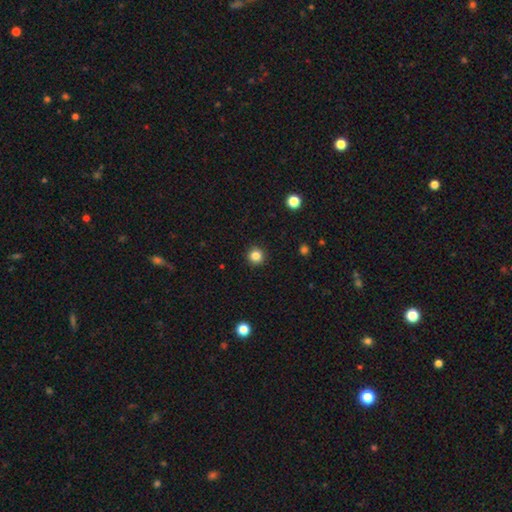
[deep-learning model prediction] This appears to be a smooth galaxy with no disk features (84%) that is round (95%). Merging: none (92%).